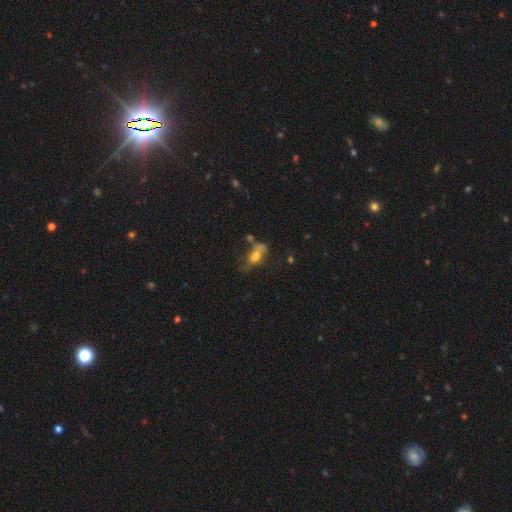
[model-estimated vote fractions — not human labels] This is likely a smooth galaxy (63%). How rounded: likely in between (79%). Merging: marginally none (34%).